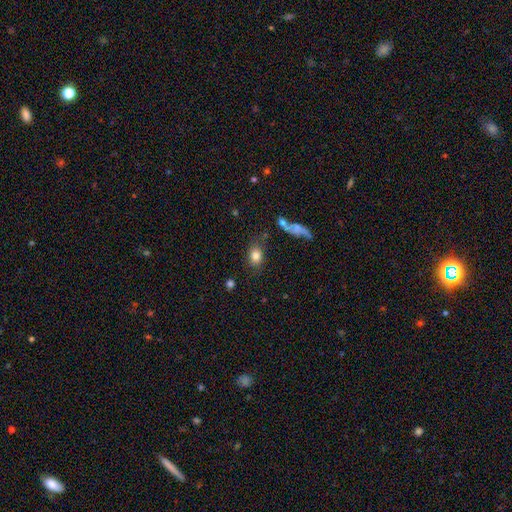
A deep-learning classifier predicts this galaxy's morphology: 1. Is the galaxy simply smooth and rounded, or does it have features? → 80% smooth, 10% featured or disk, 9% star or artifact.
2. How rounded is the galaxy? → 65% in between, 33% round, 3% cigar-shaped.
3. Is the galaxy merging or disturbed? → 72% none, 16% minor disturbance, 6% major disturbance, 6% merger.